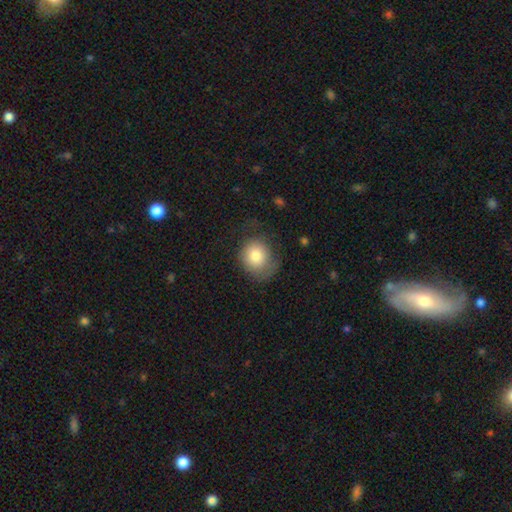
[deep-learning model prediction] The model was most divided on "merging": none: 56%, minor disturbance: 26%, major disturbance: 17%, merger: 2%. More confident: smooth or featured — smooth (79%); how rounded — round (76%).